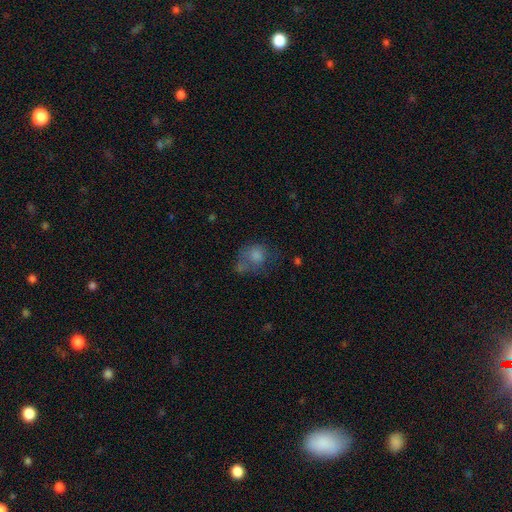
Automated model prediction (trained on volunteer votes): Q: Smooth or featured?
A: smooth (69%); runner-up: featured or disk (19%)
Q: How rounded?
A: round (55%); runner-up: in between (44%)
Q: Merging?
A: none (36%); runner-up: major disturbance (32%)